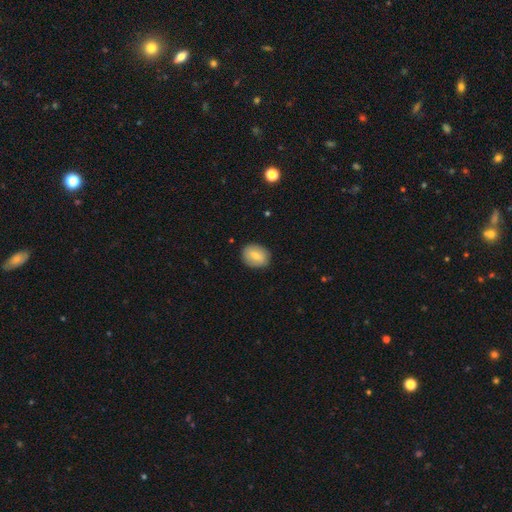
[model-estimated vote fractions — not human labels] Morphology: type=smooth (70%); roundness=in between (59%); merging=none (86%).